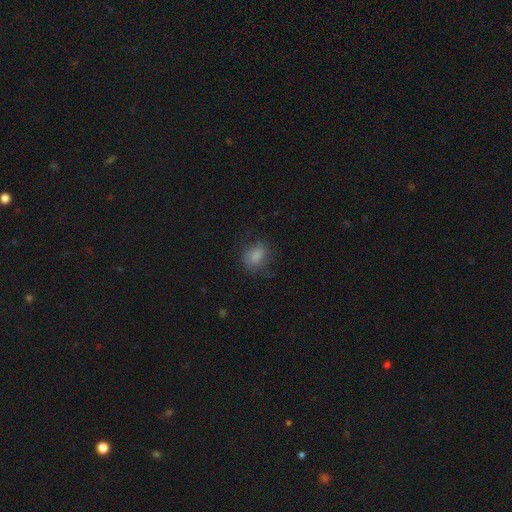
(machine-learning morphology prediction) Smooth or featured?
  - smooth: 76% *
  - featured or disk: 13%
  - star or artifact: 11%
How rounded?
  - in between: 58% *
  - round: 40%
  - cigar-shaped: 1%
Merging?
  - none: 60% *
  - minor disturbance: 24%
  - major disturbance: 15%
  - merger: 1%